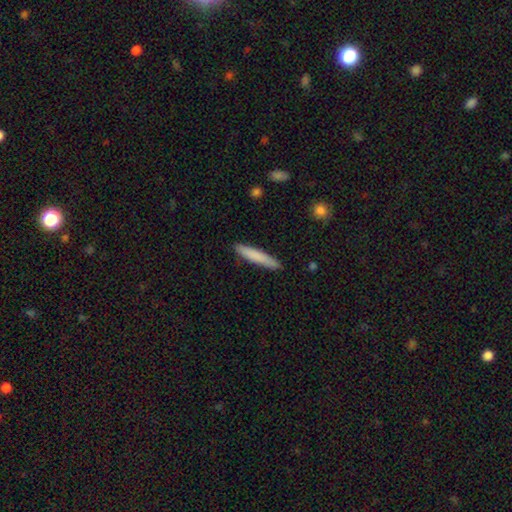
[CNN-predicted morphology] A smooth galaxy with no disk features (79%) that is cigar-shaped (93%).

Vote fractions:
- Smooth or featured? smooth: 79% / featured or disk: 15% / star or artifact: 6%
- How rounded? cigar-shaped: 93% / in between: 6% / round: 1%
- Merging? none: 88% / minor disturbance: 9% / major disturbance: 2% / merger: 1%